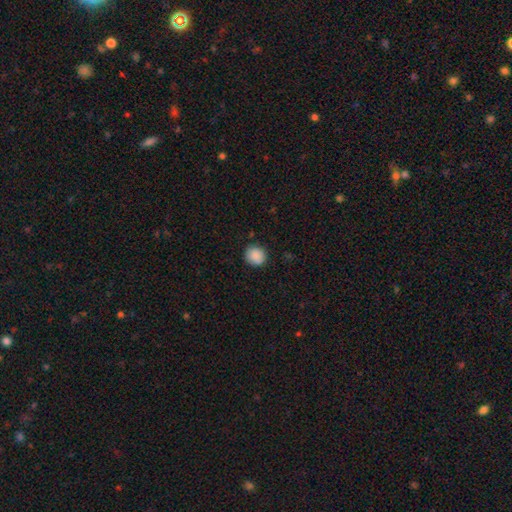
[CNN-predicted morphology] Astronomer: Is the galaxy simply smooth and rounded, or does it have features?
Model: smooth — 89%.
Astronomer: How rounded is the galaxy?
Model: round — 89%.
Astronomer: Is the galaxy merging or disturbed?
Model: none — 88%.